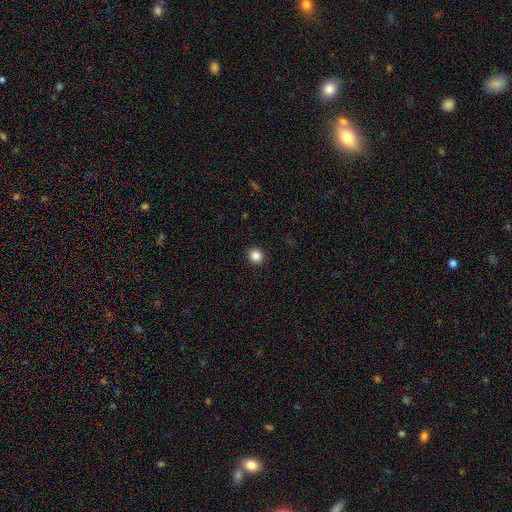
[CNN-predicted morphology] smooth_or_featured: smooth (p=0.86) [alt: star or artifact p=0.10]
how_rounded: round (p=0.87) [alt: in between p=0.12]
merging: none (p=0.92) [alt: minor disturbance p=0.05]